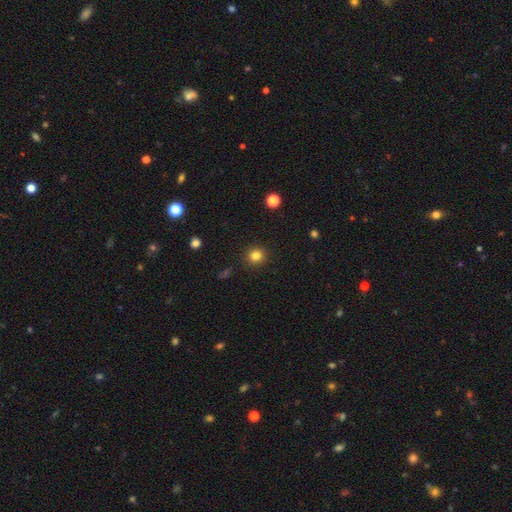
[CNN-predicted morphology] Q: Smooth or featured?
A: smooth (83%); runner-up: star or artifact (12%)
Q: How rounded?
A: round (87%); runner-up: in between (12%)
Q: Merging?
A: none (91%); runner-up: minor disturbance (6%)